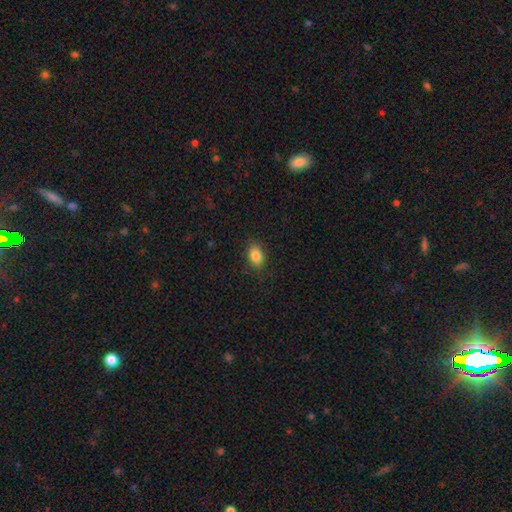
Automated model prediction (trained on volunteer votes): smooth_or_featured: smooth (p=0.85) [alt: star or artifact p=0.09]
how_rounded: in between (p=0.83) [alt: round p=0.16]
merging: none (p=0.87) [alt: minor disturbance p=0.10]